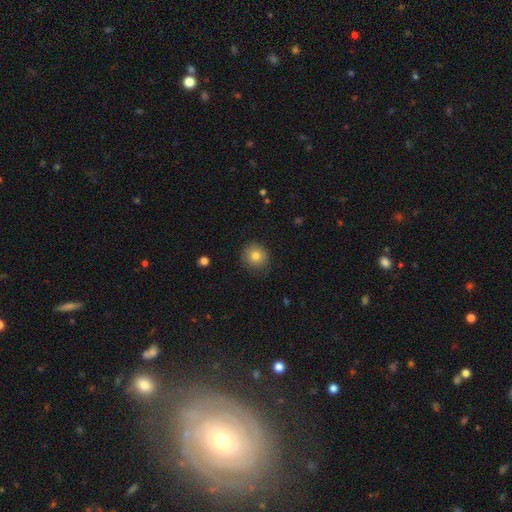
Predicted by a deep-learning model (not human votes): smooth 81%, star or artifact 10%, featured or disk 9%. Down the decision tree: how rounded — round (91%); merging — none (85%).